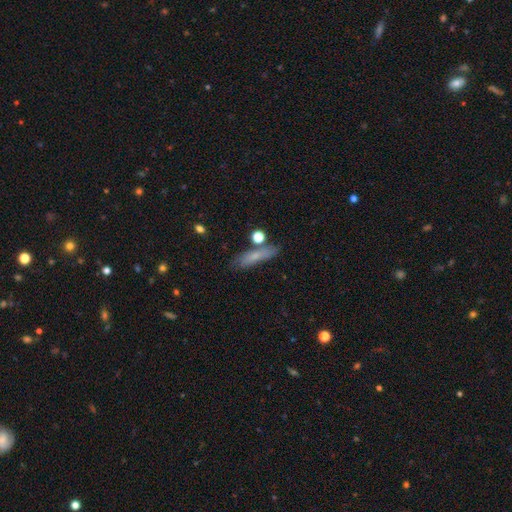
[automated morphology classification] Q: Smooth or featured?
A: smooth (66%); runner-up: featured or disk (23%)
Q: How rounded?
A: cigar-shaped (70%); runner-up: in between (25%)
Q: Merging?
A: none (71%); runner-up: minor disturbance (16%)